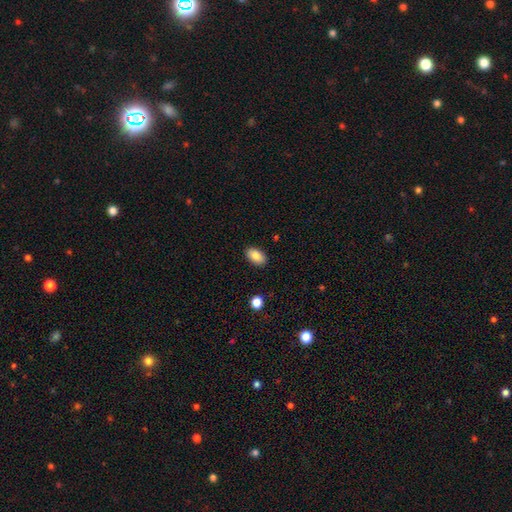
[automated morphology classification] A smooth galaxy with no disk features (88%) that is in between round and cigar-shaped (93%). Merging: none (88%).